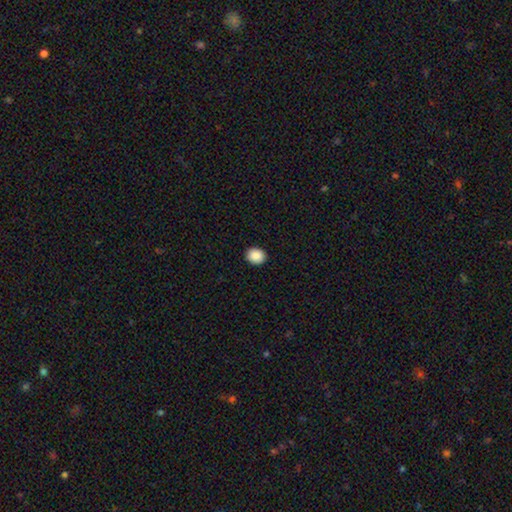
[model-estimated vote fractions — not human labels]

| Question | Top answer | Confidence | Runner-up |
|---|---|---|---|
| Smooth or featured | smooth | 89% | star or artifact (8%) |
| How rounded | round | 63% | in between (36%) |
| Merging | none | 92% | minor disturbance (5%) |